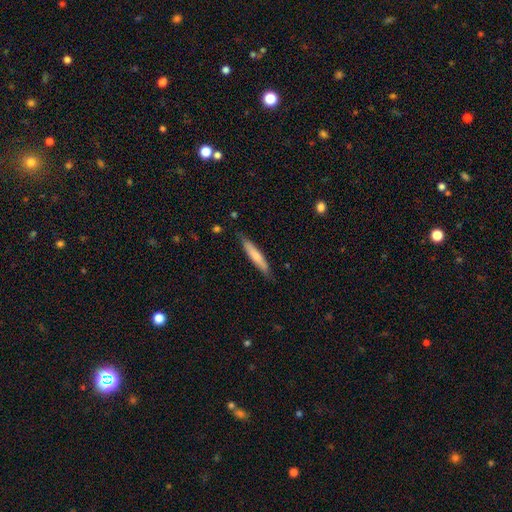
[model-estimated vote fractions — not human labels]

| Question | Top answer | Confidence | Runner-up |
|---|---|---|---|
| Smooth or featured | smooth | 71% | featured or disk (24%) |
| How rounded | cigar-shaped | 90% | in between (9%) |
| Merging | none | 84% | minor disturbance (13%) |